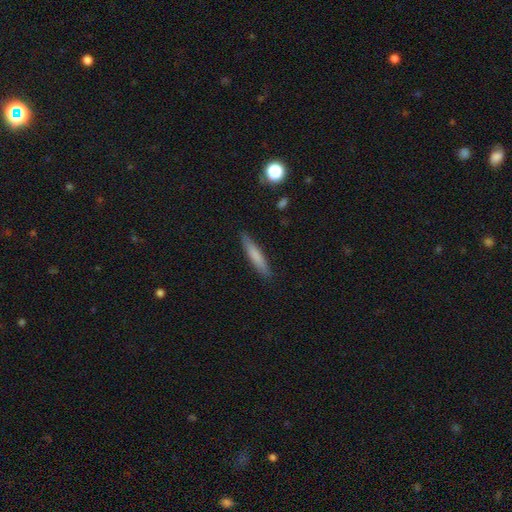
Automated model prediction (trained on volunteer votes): Overall: smooth (73%). How rounded: cigar-shaped (90%). Merging: none (88%).